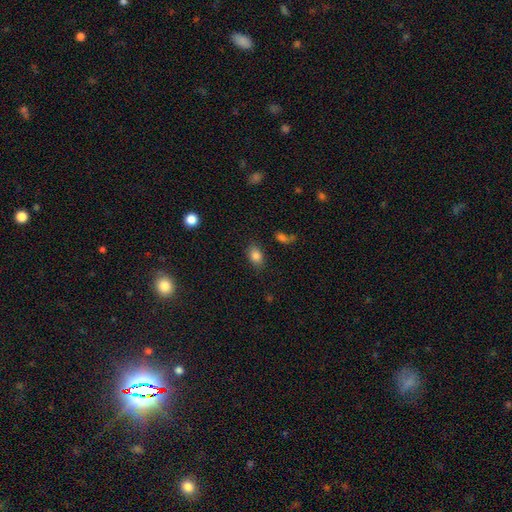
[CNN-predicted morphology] A smooth galaxy with no disk features (83%) that is in between round and cigar-shaped (79%). Merging: none (82%).